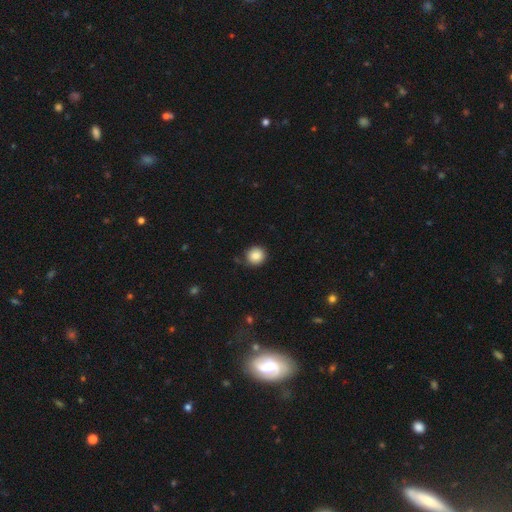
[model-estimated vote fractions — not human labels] This appears to be a smooth galaxy with no disk features (84%) that is round (92%). Merging: none (84%).